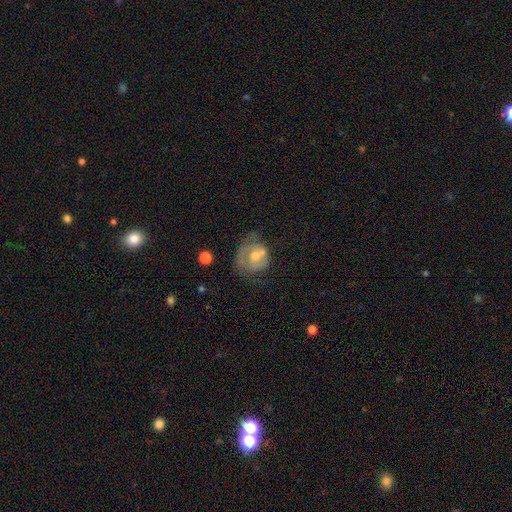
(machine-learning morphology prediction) Smooth or featured: featured or disk — 49% (smooth — 43%)
Merging: none — 38% (minor disturbance — 26%)